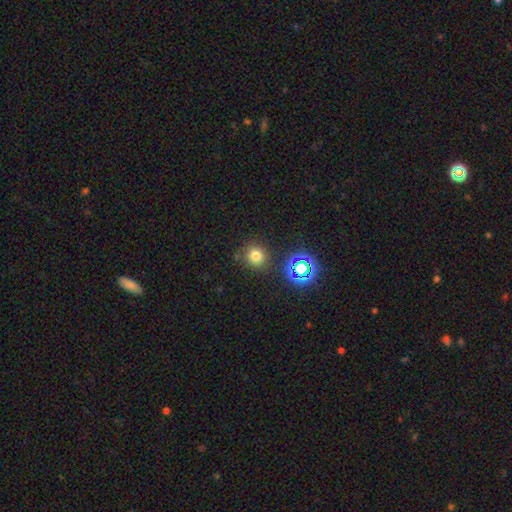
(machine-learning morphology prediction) The model was most divided on "smooth or featured": smooth: 72%, star or artifact: 22%, featured or disk: 7%. More confident: how rounded — round (89%); merging — none (83%).